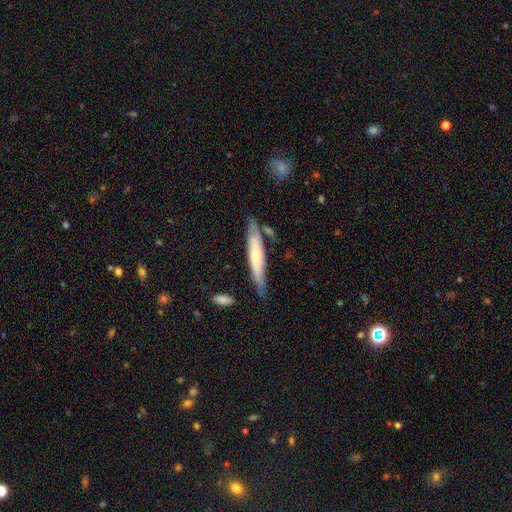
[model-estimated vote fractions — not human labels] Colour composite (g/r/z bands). It shows a smooth galaxy with no disk features (48%). Merging: none (74%).